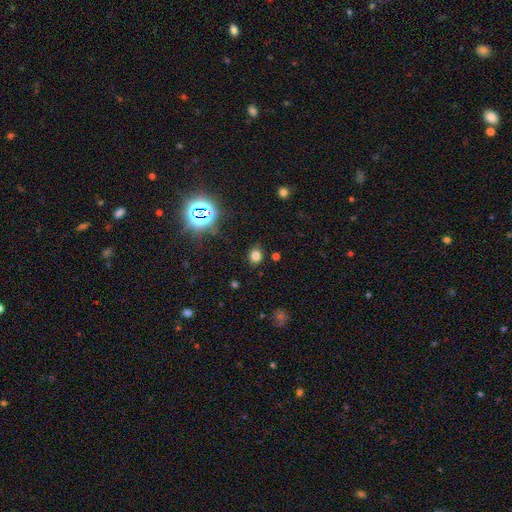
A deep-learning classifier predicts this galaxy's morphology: type=smooth (75%); roundness=round (53%); merging=none (85%).